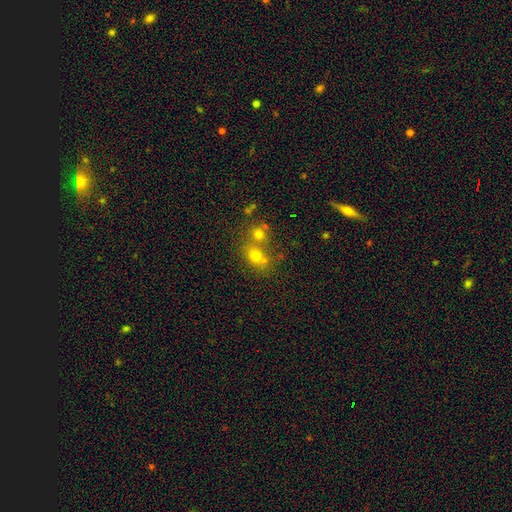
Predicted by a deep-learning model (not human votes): The model was most divided on "merging": merger: 48%, none: 41%, minor disturbance: 8%, major disturbance: 4%. More confident: how rounded — round (69%); smooth or featured — smooth (67%).